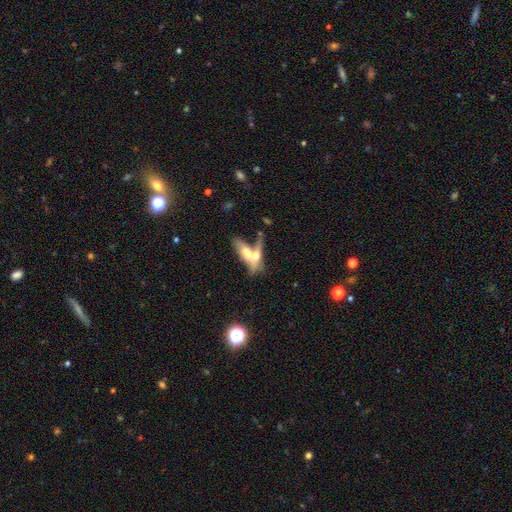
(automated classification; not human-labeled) smooth-or-featured: smooth: 52% | featured or disk: 40% | star or artifact: 8%
  how-rounded: cigar-shaped: 49% | in between: 46% | round: 5%
  merging: merger: 59% | none: 26% | minor disturbance: 9% | major disturbance: 6%